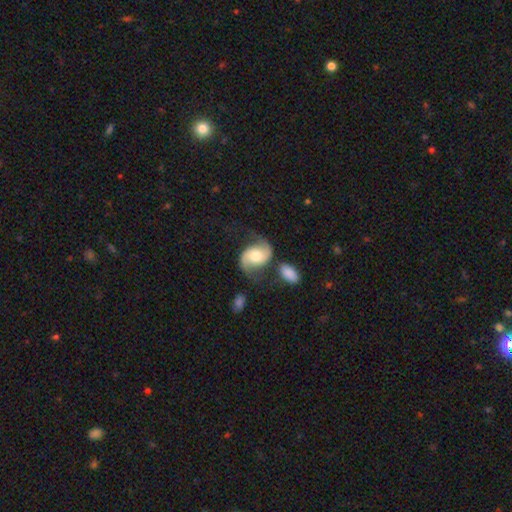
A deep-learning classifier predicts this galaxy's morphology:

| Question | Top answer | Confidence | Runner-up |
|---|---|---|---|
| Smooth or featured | featured or disk | 82% | smooth (13%) |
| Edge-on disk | no | 98% | yes (2%) |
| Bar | no | 59% | weak (32%) |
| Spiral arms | yes | 96% | no (4%) |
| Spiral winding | loose | 49% | medium (41%) |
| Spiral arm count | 2 | 93% | can't tell (2%) |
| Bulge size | moderate | 55% | large (23%) |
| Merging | none | 59% | minor disturbance (19%) |